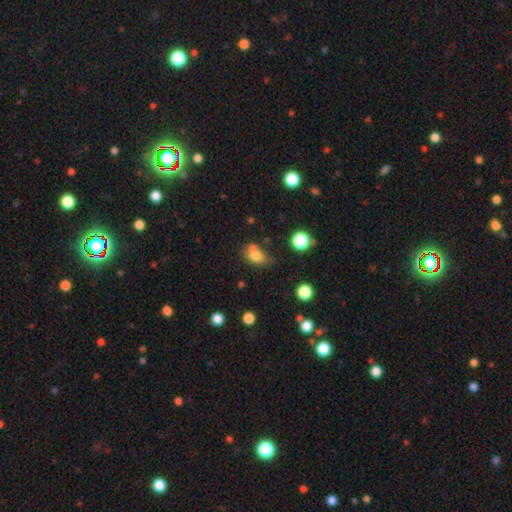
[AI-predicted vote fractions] Q: Smooth or featured?
A: smooth (75%); runner-up: featured or disk (13%)
Q: How rounded?
A: in between (58%); runner-up: round (40%)
Q: Merging?
A: none (45%); runner-up: merger (32%)